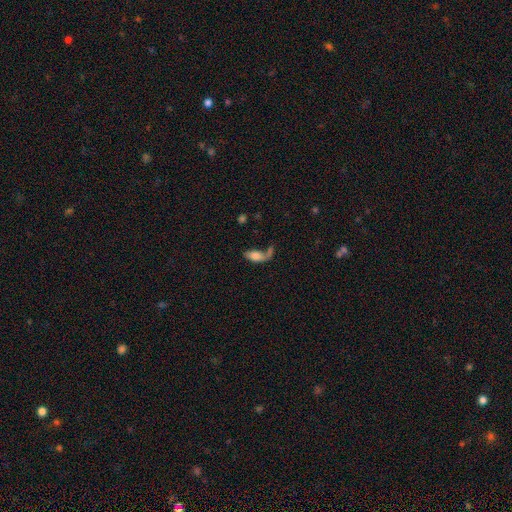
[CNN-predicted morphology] Smooth or featured?
  - smooth: 67% *
  - featured or disk: 24%
  - star or artifact: 9%
How rounded?
  - in between: 84% *
  - cigar-shaped: 11%
  - round: 5%
Merging?
  - none: 33% *
  - merger: 25%
  - major disturbance: 25%
  - minor disturbance: 17%